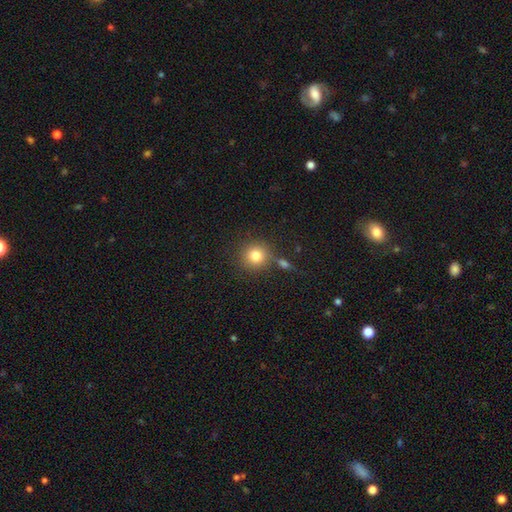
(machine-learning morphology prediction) smooth-or-featured: smooth: 81% | star or artifact: 11% | featured or disk: 8%
  how-rounded: round: 92% | in between: 7% | cigar-shaped: 1%
  merging: none: 75% | merger: 11% | minor disturbance: 10% | major disturbance: 4%